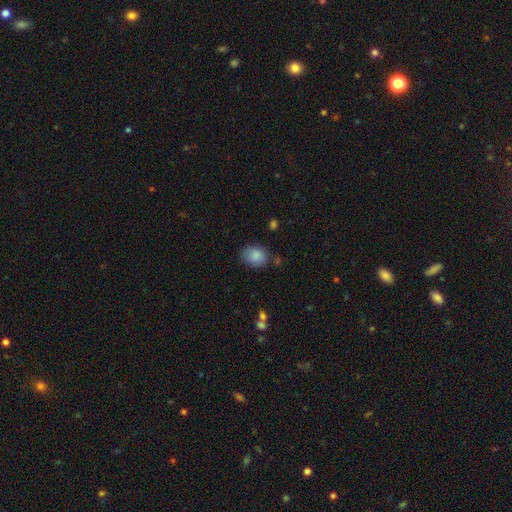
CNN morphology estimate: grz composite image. It shows a smooth galaxy with no disk features (87%) that is in between round and cigar-shaped (56%). Merging: none (72%).